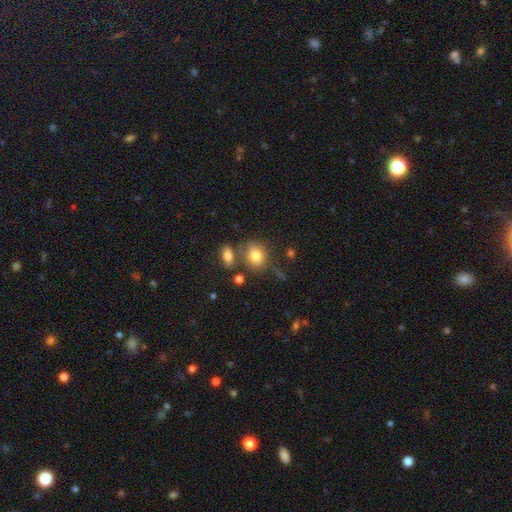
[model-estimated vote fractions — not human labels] This appears to be a smooth galaxy with no disk features (80%) that is in between round and cigar-shaped (53%). Merging: none (62%).